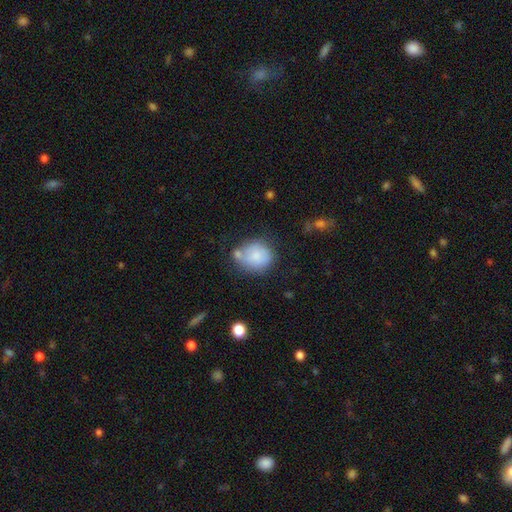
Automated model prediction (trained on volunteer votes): Smooth or featured? Predicted: smooth (p=0.80). How rounded? Predicted: round (p=0.73). Merging? Predicted: none (p=0.54).